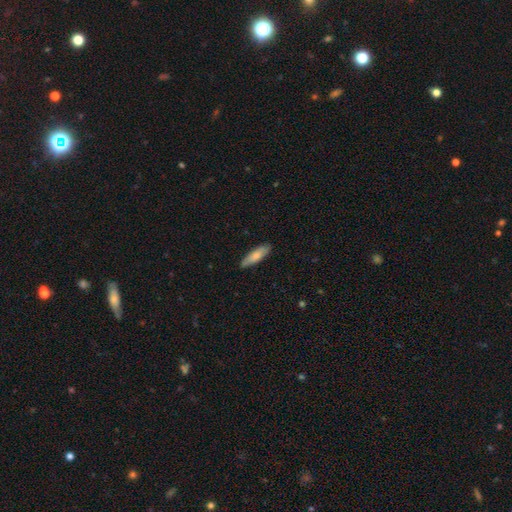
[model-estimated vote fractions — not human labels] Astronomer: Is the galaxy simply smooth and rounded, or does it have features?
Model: smooth — 78%.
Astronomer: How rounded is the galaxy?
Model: cigar-shaped — 59% (runner-up: in between, 40%).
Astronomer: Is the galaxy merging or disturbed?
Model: none — 84%.